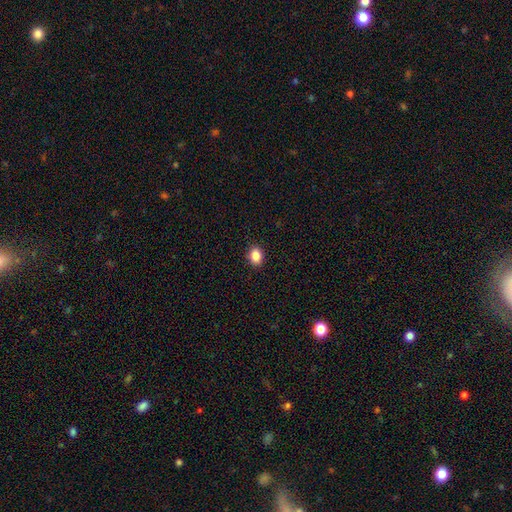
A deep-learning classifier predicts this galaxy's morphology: Q: Smooth or featured?
A: smooth (86%); runner-up: star or artifact (10%)
Q: How rounded?
A: in between (59%); runner-up: round (40%)
Q: Merging?
A: none (91%); runner-up: minor disturbance (7%)